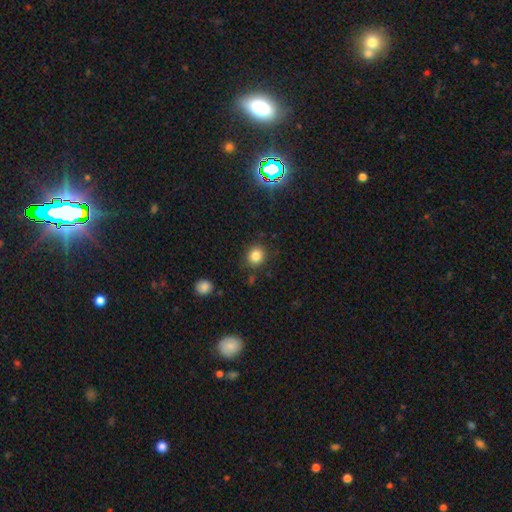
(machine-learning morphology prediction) Smooth or featured?
  - smooth: 82% *
  - star or artifact: 12%
  - featured or disk: 6%
How rounded?
  - round: 84% *
  - in between: 15%
  - cigar-shaped: 1%
Merging?
  - none: 84% *
  - minor disturbance: 10%
  - major disturbance: 3%
  - merger: 3%